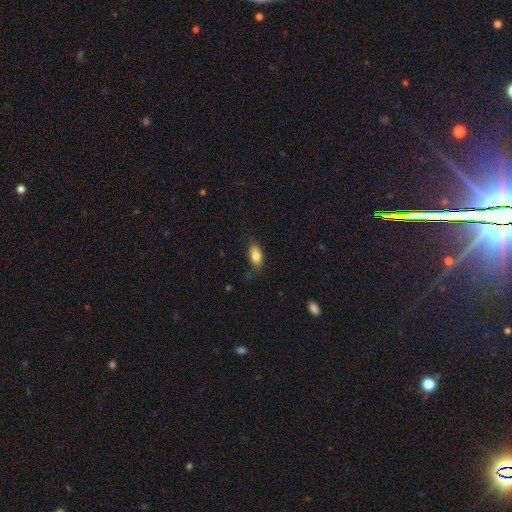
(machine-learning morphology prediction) smooth_or_featured: smooth (p=0.82) [alt: featured or disk p=0.10]
how_rounded: in between (p=0.85) [alt: cigar-shaped p=0.10]
merging: none (p=0.76) [alt: minor disturbance p=0.18]